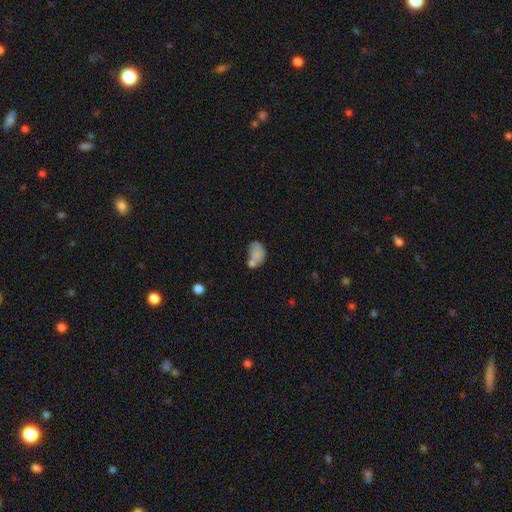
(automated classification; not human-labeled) A smooth galaxy with no disk features (74%) that is in between round and cigar-shaped (78%).

Vote fractions:
- Smooth or featured? smooth: 74% / featured or disk: 15% / star or artifact: 10%
- How rounded? in between: 78% / round: 20% / cigar-shaped: 1%
- Merging? merger: 35% / none: 31% / minor disturbance: 21% / major disturbance: 14%